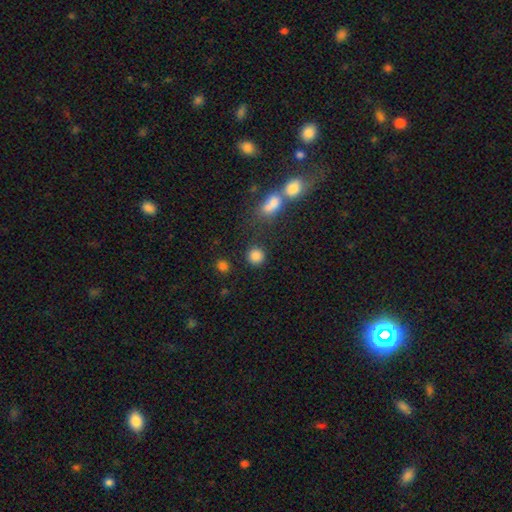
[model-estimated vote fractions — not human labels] Overall: smooth (84%). How rounded: round (89%). Merging: none (80%).